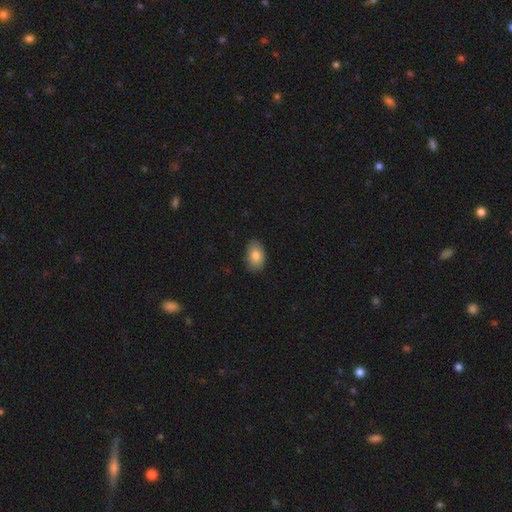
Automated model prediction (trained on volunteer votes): smooth 83%, featured or disk 10%, star or artifact 7%. Down the decision tree: how rounded — in between (89%); merging — none (85%).